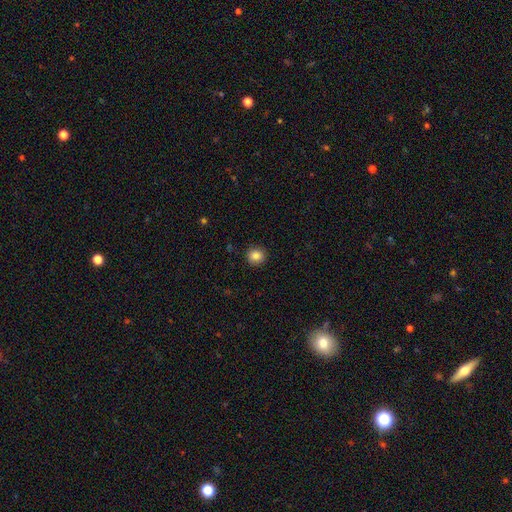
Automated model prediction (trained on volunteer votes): smooth 84%, star or artifact 10%, featured or disk 6%. Down the decision tree: how rounded — round (92%); merging — none (92%).